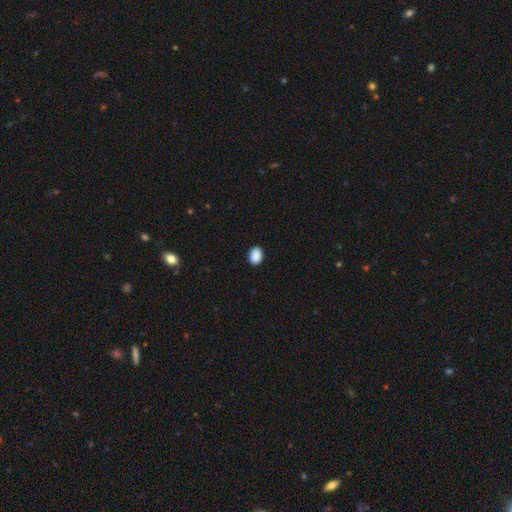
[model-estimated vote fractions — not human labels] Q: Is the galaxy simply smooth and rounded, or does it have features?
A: smooth — 90%.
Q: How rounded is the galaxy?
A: in between — 72%.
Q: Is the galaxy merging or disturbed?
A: none — 90%.